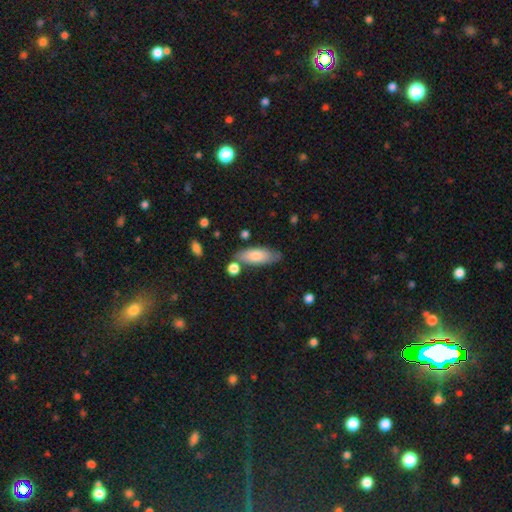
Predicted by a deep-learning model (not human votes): A smooth galaxy with no disk features (73%) that is in between round and cigar-shaped (71%).

Vote fractions:
- Smooth or featured? smooth: 73% / featured or disk: 20% / star or artifact: 7%
- How rounded? in between: 71% / cigar-shaped: 27% / round: 2%
- Merging? none: 73% / minor disturbance: 16% / merger: 7% / major disturbance: 4%